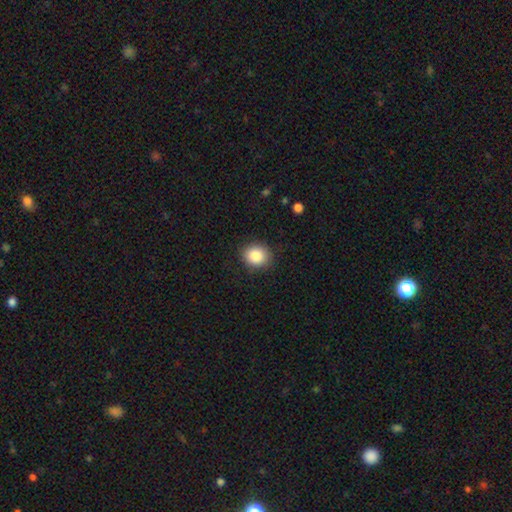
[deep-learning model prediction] This appears to be a smooth galaxy with no disk features (86%) that is round (70%). Merging: none (87%).